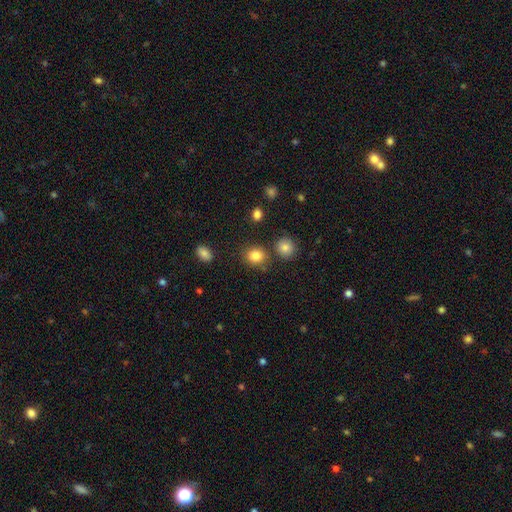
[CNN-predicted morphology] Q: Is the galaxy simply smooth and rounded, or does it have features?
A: smooth — 84%.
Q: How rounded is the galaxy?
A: round — 70%.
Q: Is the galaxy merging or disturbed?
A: none — 79%.